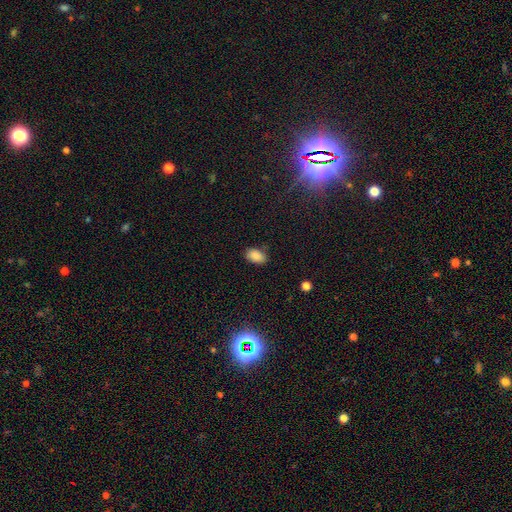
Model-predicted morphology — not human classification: smooth 87%, star or artifact 9%, featured or disk 4%. Down the decision tree: how rounded — in between (91%); merging — none (81%).